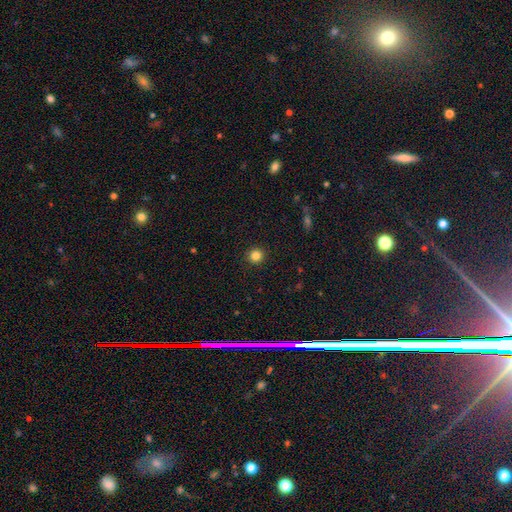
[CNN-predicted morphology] smooth-or-featured: smooth: 84% | star or artifact: 12% | featured or disk: 4%
  how-rounded: round: 94% | in between: 5% | cigar-shaped: 1%
  merging: none: 93% | minor disturbance: 5% | major disturbance: 2% | merger: 1%